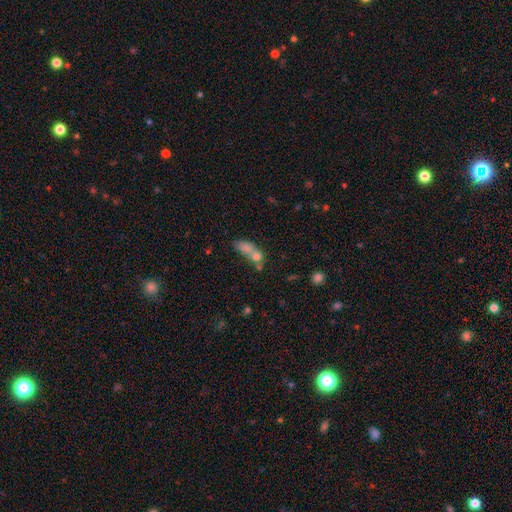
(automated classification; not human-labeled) Smooth or featured? smooth (67%)
How rounded? in between (61%)
Merging? merger (57%)